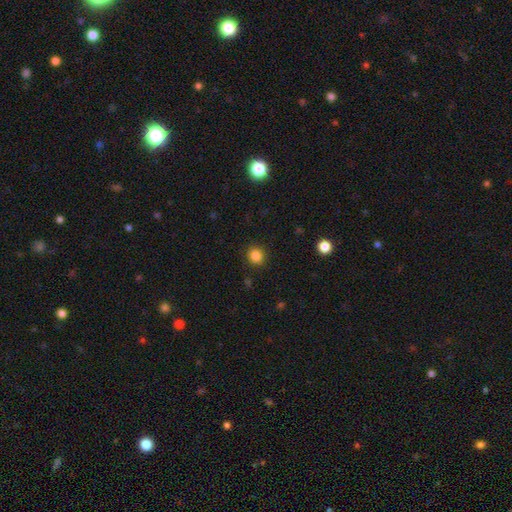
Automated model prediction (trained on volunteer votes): Smooth or featured: smooth — 85% (star or artifact — 11%)
How rounded: round — 87% (in between — 12%)
Merging: none — 91% (minor disturbance — 6%)